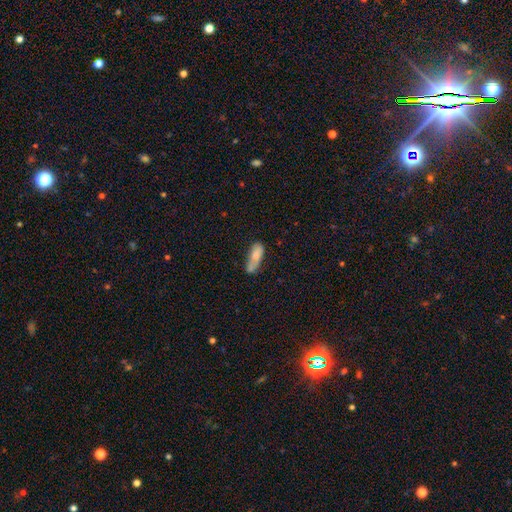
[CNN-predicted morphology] smooth-or-featured: smooth: 77% | featured or disk: 16% | star or artifact: 8%
  how-rounded: in between: 60% | cigar-shaped: 38% | round: 2%
  merging: none: 43% | minor disturbance: 27% | merger: 19% | major disturbance: 11%